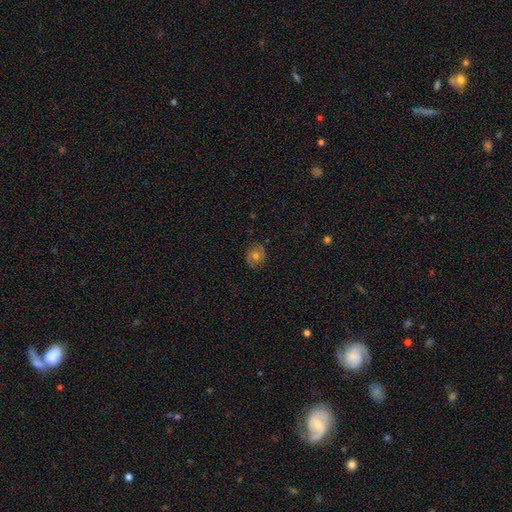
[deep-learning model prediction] A smooth galaxy with no disk features (56%) that is round (81%).

Vote fractions:
- Smooth or featured? smooth: 56% / featured or disk: 33% / star or artifact: 11%
- How rounded? round: 81% / in between: 18% / cigar-shaped: 1%
- Merging? none: 82% / minor disturbance: 13% / major disturbance: 3% / merger: 1%